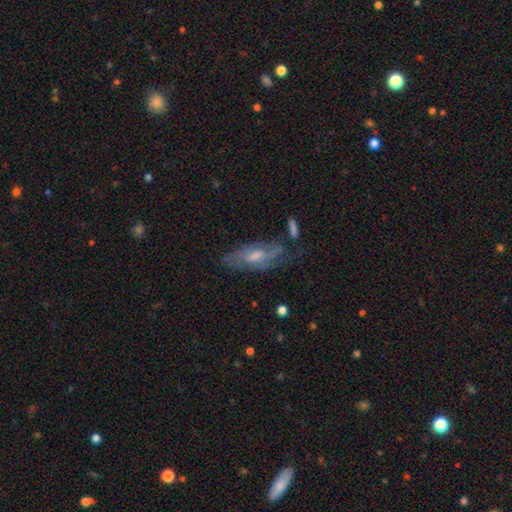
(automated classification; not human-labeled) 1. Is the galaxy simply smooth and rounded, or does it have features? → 65% featured or disk, 27% smooth, 8% star or artifact.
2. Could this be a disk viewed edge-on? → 82% no, 18% yes.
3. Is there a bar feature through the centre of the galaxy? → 51% no, 41% weak, 8% strong.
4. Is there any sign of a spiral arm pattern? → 80% yes, 20% no.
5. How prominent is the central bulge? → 51% moderate, 37% small, 5% none, 5% large, 1% dominant.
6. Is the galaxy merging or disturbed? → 59% none, 24% minor disturbance, 12% major disturbance, 6% merger.